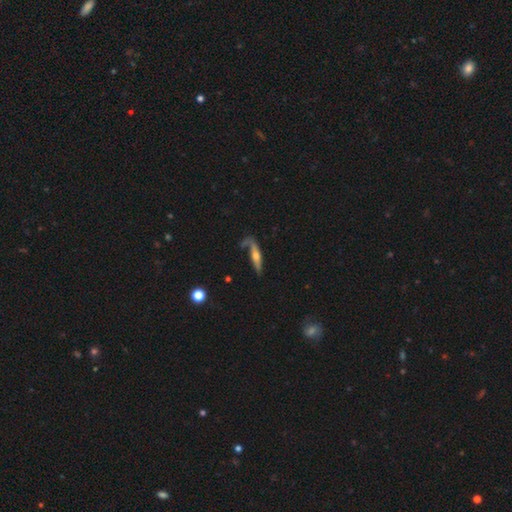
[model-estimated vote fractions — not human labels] smooth-or-featured: featured or disk: 58% | smooth: 35% | star or artifact: 7%
  disk-edge-on: yes: 75% | no: 25%
  merging: none: 53% | minor disturbance: 24% | major disturbance: 17% | merger: 6%